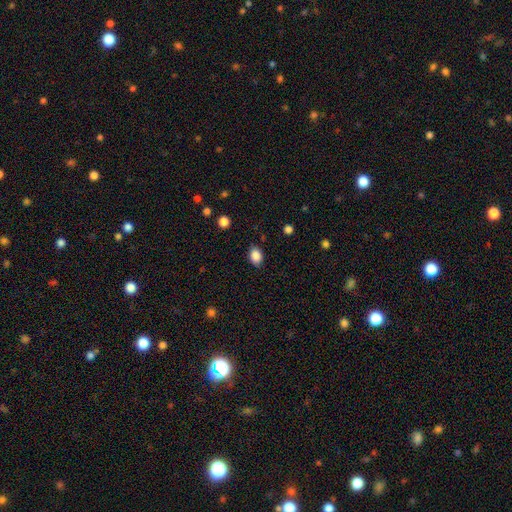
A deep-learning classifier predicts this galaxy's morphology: Smooth or featured? Predicted: smooth (p=0.87). How rounded? Predicted: in between (p=0.74). Merging? Predicted: none (p=0.83).